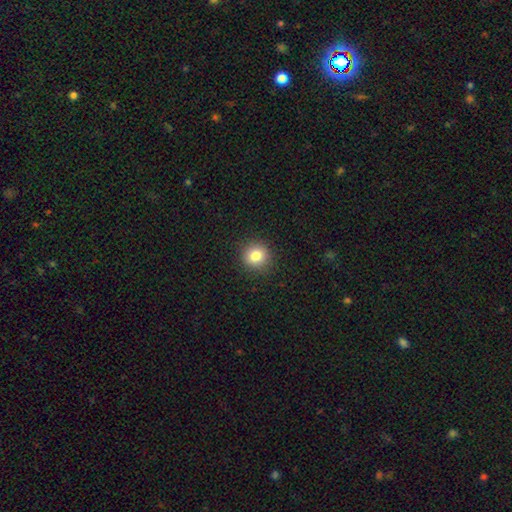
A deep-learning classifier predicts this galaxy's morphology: Smooth or featured? Predicted: smooth (p=0.82). How rounded? Predicted: round (p=0.90). Merging? Predicted: none (p=0.91).